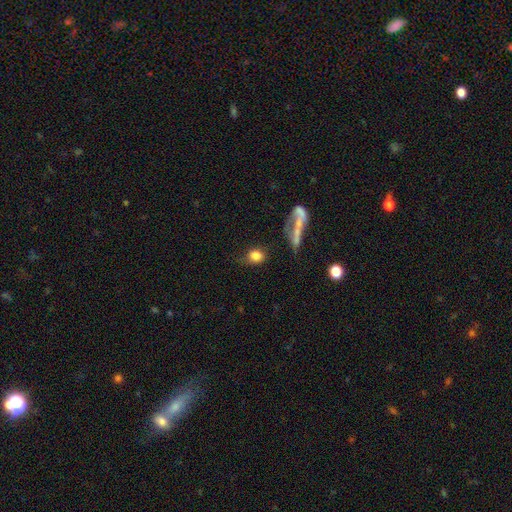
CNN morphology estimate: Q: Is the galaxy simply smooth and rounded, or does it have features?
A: smooth — 77%.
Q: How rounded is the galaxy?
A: round — 52%.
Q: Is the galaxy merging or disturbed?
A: none — 51%.